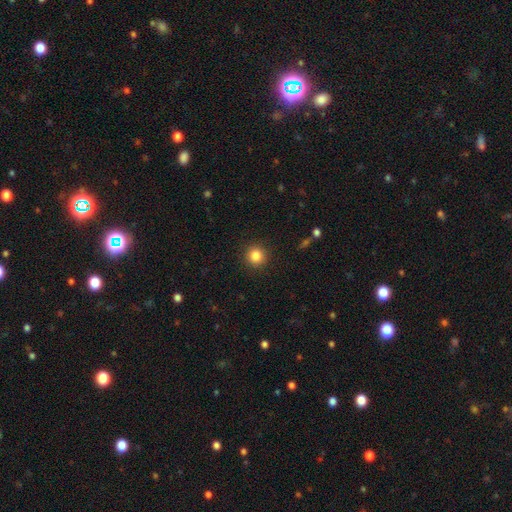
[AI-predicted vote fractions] smooth-or-featured: smooth: 84% | star or artifact: 11% | featured or disk: 5%
  how-rounded: round: 94% | in between: 5% | cigar-shaped: 1%
  merging: none: 92% | minor disturbance: 5% | major disturbance: 2% | merger: 1%